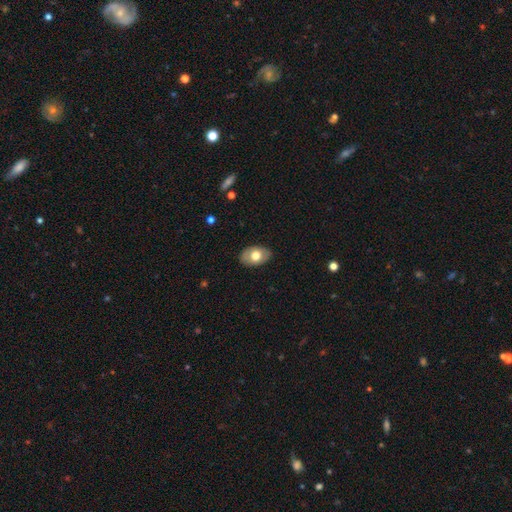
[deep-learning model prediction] This is likely a smooth galaxy (67%). How rounded: clearly in between (87%). Merging: clearly none (84%).